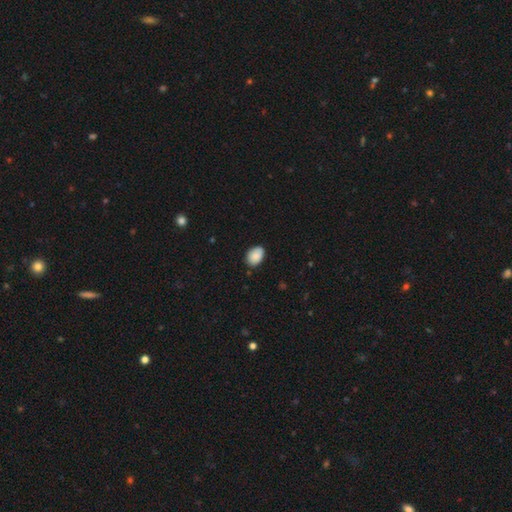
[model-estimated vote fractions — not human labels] Morphology: type=smooth (88%); roundness=in between (78%); merging=none (79%).